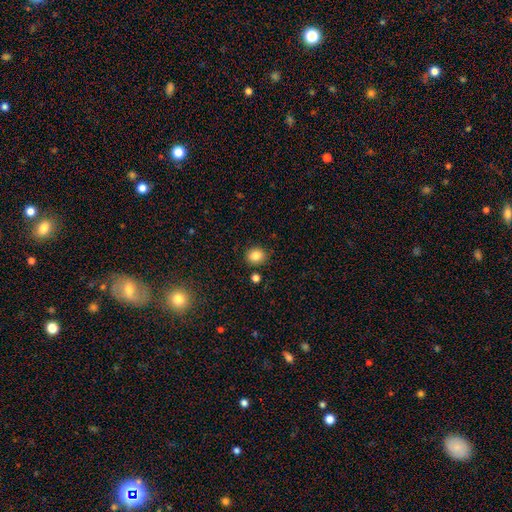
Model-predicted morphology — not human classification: Smooth or featured? smooth (84%)
How rounded? round (72%)
Merging? none (86%)